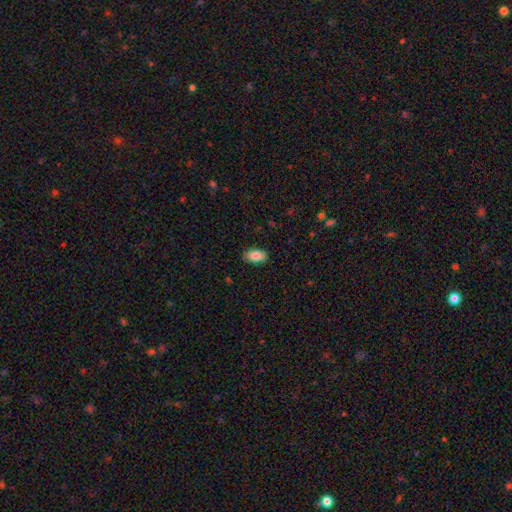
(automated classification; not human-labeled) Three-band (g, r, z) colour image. It shows a smooth galaxy with no disk features (84%) that is in between round and cigar-shaped (93%). Merging: none (85%).